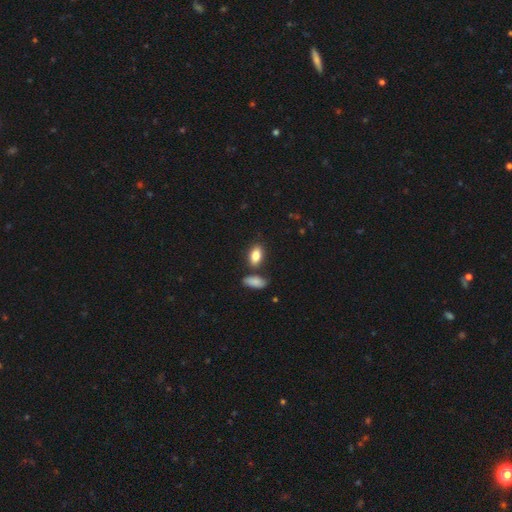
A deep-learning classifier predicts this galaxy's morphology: smooth-or-featured: smooth: 84% | featured or disk: 9% | star or artifact: 7%
  how-rounded: in between: 89% | round: 6% | cigar-shaped: 5%
  merging: none: 71% | merger: 13% | minor disturbance: 13% | major disturbance: 3%